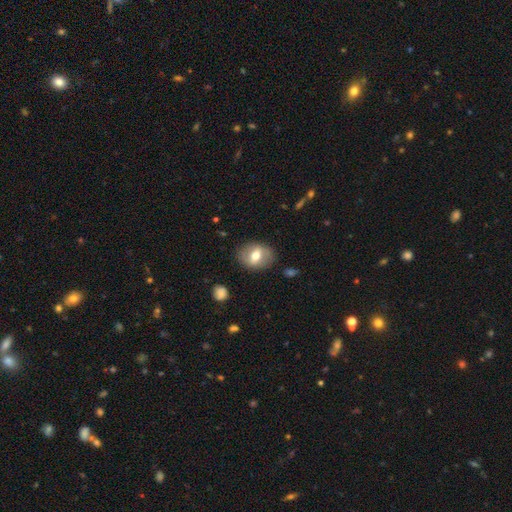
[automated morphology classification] Q: Smooth or featured?
A: smooth (56%); runner-up: featured or disk (36%)
Q: How rounded?
A: in between (57%); runner-up: round (42%)
Q: Merging?
A: none (83%); runner-up: minor disturbance (12%)